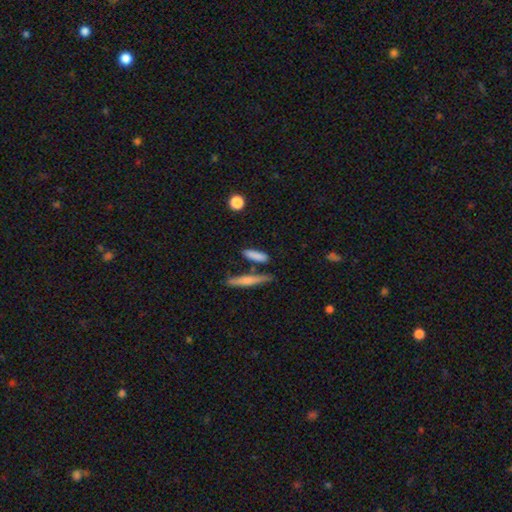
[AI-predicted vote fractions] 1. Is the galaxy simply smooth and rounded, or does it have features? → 79% smooth, 14% featured or disk, 7% star or artifact.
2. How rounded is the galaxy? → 63% cigar-shaped, 33% in between, 4% round.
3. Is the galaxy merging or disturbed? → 72% none, 13% minor disturbance, 11% merger, 4% major disturbance.